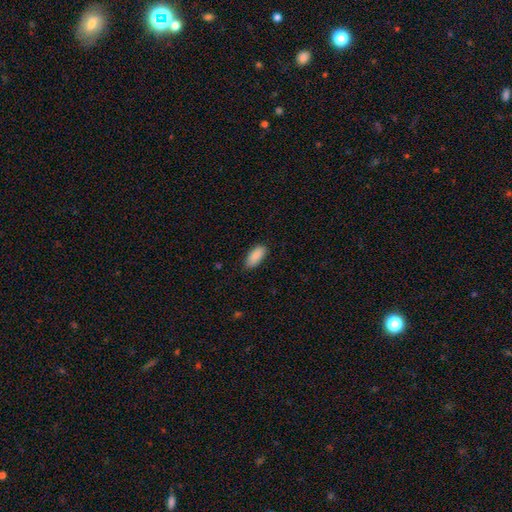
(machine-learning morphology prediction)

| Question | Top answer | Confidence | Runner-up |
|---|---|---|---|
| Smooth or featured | smooth | 90% | star or artifact (6%) |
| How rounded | in between | 86% | cigar-shaped (12%) |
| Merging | none | 83% | minor disturbance (13%) |